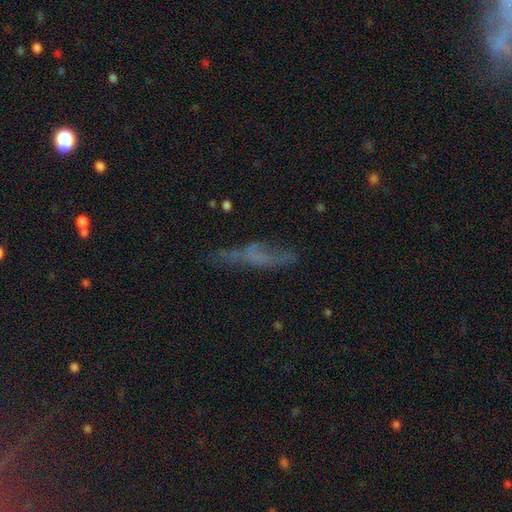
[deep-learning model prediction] Smooth or featured?
  - featured or disk: 41% * (tied)
  - smooth: 41% * (tied)
  - star or artifact: 17%
Merging?
  - none: 52% *
  - minor disturbance: 24%
  - major disturbance: 19%
  - merger: 4%